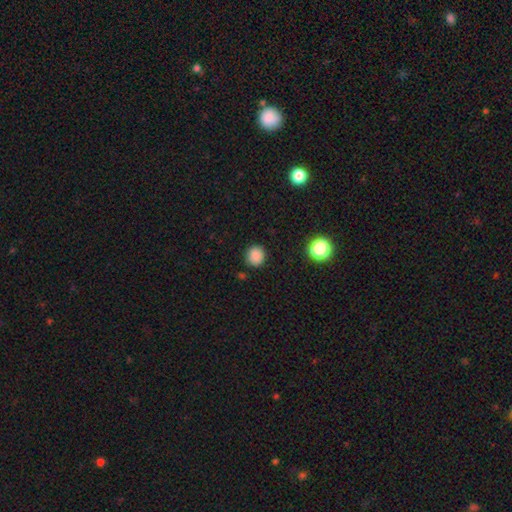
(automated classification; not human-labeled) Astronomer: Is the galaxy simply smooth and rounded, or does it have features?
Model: smooth — 85%.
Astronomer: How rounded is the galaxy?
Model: round — 87%.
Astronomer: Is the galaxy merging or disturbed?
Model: none — 88%.